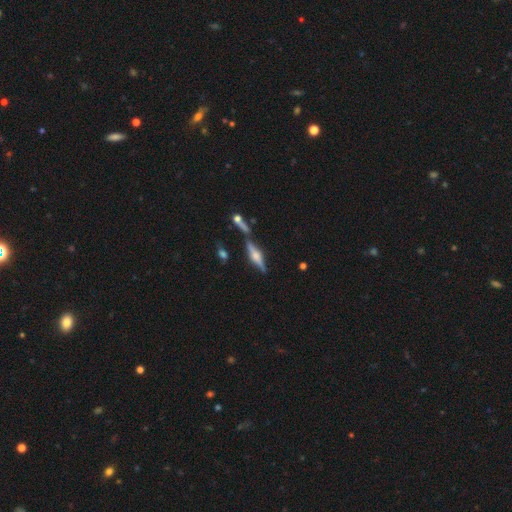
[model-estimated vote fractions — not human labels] smooth-or-featured: featured or disk: 74% | smooth: 18% | star or artifact: 8%
  disk-edge-on: yes: 96% | no: 4%
    edge-on-bulge: rounded: 80% | boxy: 16% | none: 4%
  merging: none: 69% | merger: 13% | minor disturbance: 13% | major disturbance: 5%